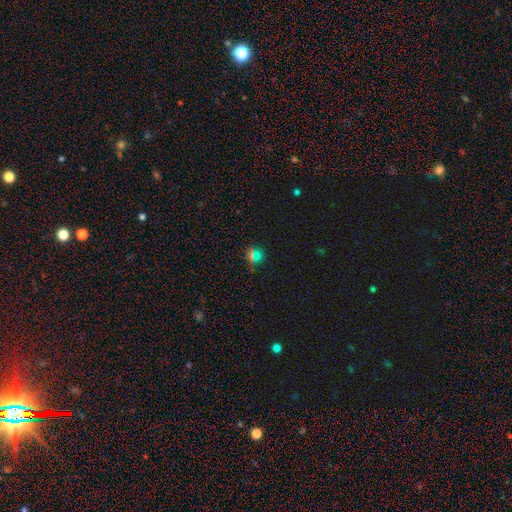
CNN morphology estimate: Smooth or featured? Predicted: smooth (p=0.53). How rounded? Predicted: round (p=0.88). Merging? Predicted: none (p=0.84).